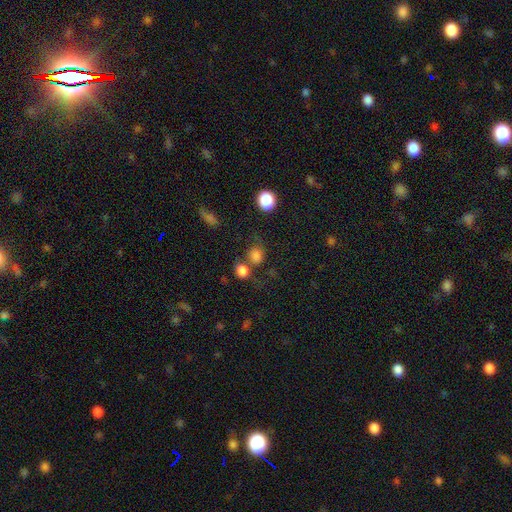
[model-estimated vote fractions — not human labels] This is likely a smooth galaxy (79%). How rounded: likely round (74%). Merging: possibly none (53%).